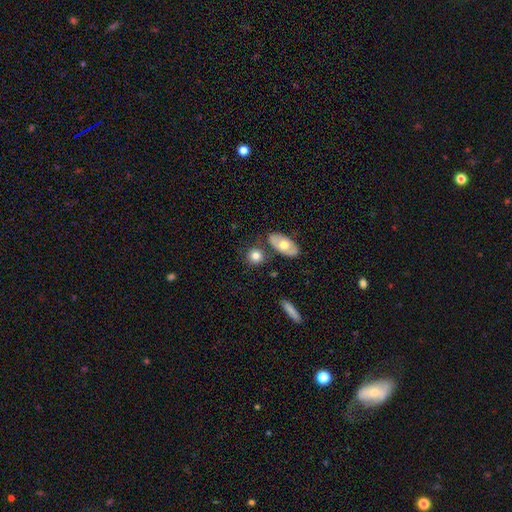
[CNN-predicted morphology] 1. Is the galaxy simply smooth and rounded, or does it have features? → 77% smooth, 17% featured or disk, 7% star or artifact.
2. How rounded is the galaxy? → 66% round, 30% in between, 3% cigar-shaped.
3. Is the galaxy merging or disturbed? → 74% none, 12% merger, 11% minor disturbance, 3% major disturbance.